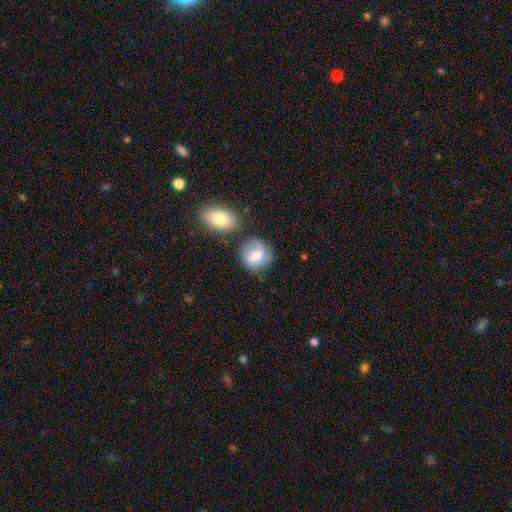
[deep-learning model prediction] A smooth galaxy with no disk features (54%) that is round (78%).

Vote fractions:
- Smooth or featured? smooth: 54% / featured or disk: 38% / star or artifact: 8%
- How rounded? round: 78% / in between: 21% / cigar-shaped: 1%
- Merging? none: 61% / minor disturbance: 21% / merger: 9% / major disturbance: 8%